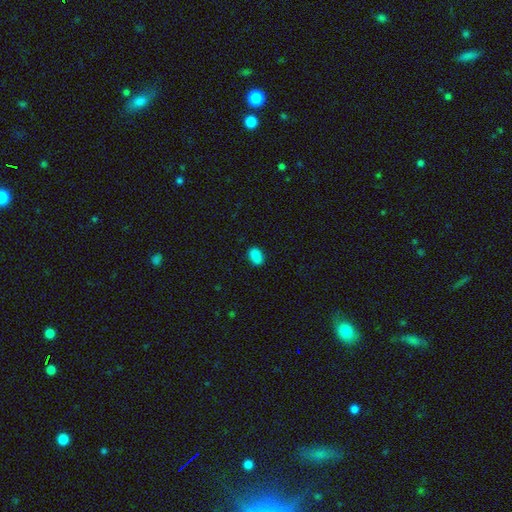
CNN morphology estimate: This appears to be a smooth galaxy with no disk features (87%) that is in between round and cigar-shaped (86%). Merging: none (83%).